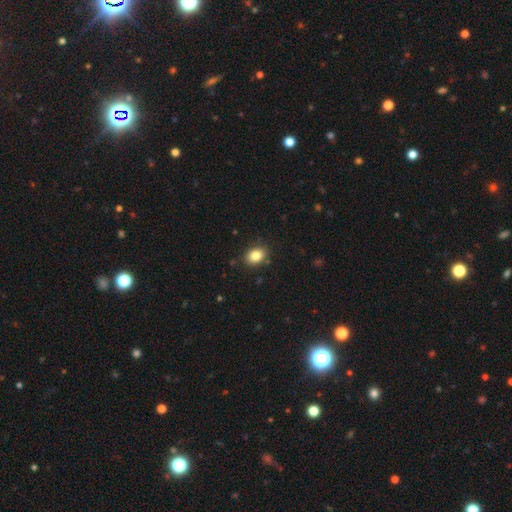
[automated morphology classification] Smooth or featured? smooth (85%)
How rounded? in between (70%)
Merging? none (86%)